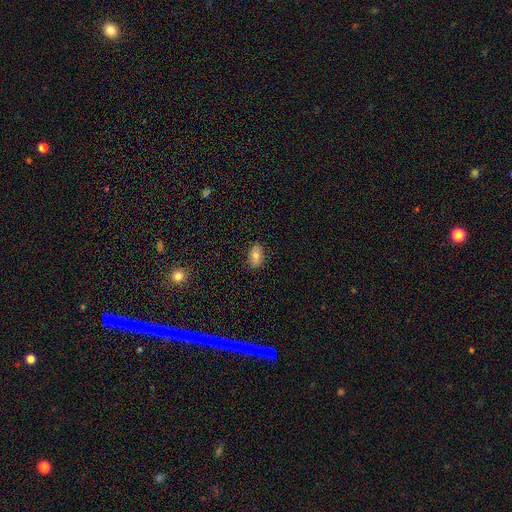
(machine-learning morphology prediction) smooth-or-featured: smooth: 66% | featured or disk: 24% | star or artifact: 11%
  how-rounded: in between: 86% | round: 11% | cigar-shaped: 2%
  merging: none: 85% | minor disturbance: 11% | major disturbance: 2% | merger: 1%